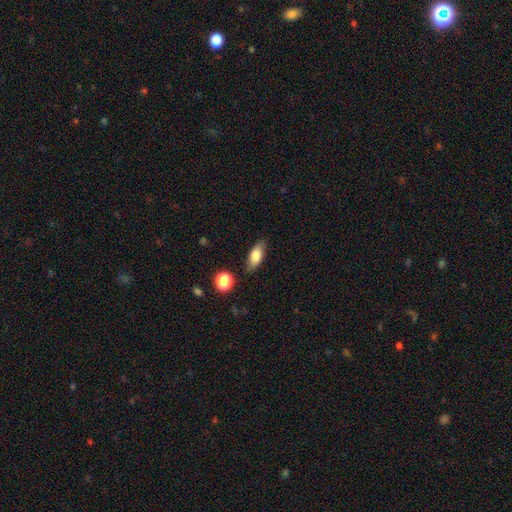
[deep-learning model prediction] A smooth galaxy with no disk features (78%) that is in between round and cigar-shaped (80%).

Vote fractions:
- Smooth or featured? smooth: 78% / featured or disk: 14% / star or artifact: 8%
- How rounded? in between: 80% / cigar-shaped: 15% / round: 5%
- Merging? none: 81% / minor disturbance: 13% / major disturbance: 3% / merger: 2%